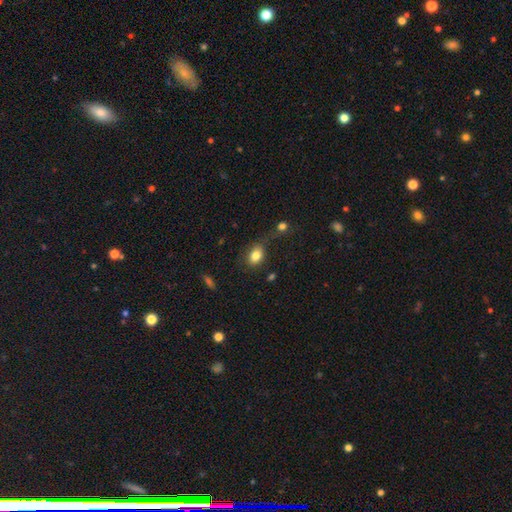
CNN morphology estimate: A smooth galaxy with no disk features (82%) that is in between round and cigar-shaped (76%). Merging: none (61%).